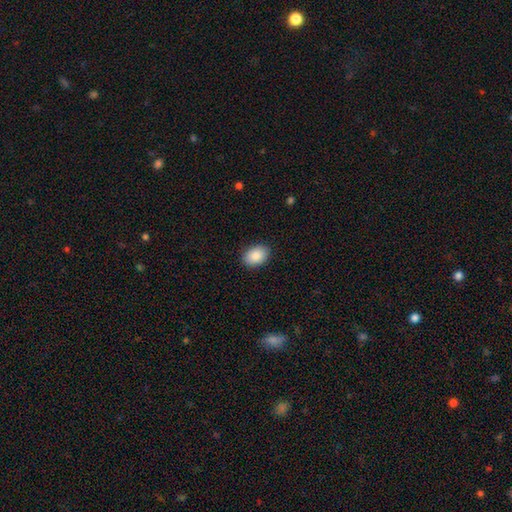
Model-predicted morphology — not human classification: A smooth galaxy with no disk features (88%) that is in between round and cigar-shaped (81%).

Vote fractions:
- Smooth or featured? smooth: 88% / star or artifact: 7% / featured or disk: 5%
- How rounded? in between: 81% / round: 18% / cigar-shaped: 1%
- Merging? none: 89% / minor disturbance: 8% / major disturbance: 2% / merger: 1%